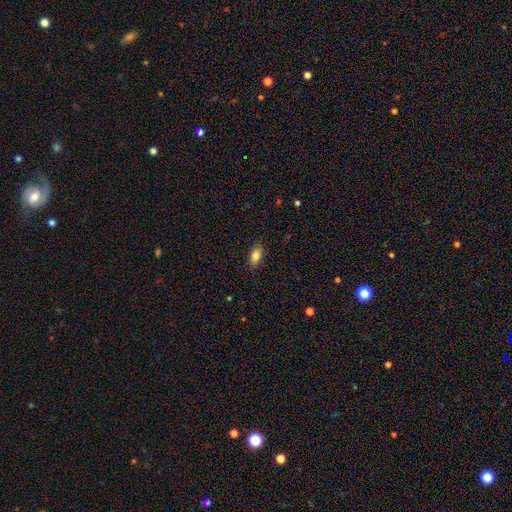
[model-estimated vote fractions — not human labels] Q: Smooth or featured?
A: smooth (82%); runner-up: featured or disk (11%)
Q: How rounded?
A: in between (87%); runner-up: cigar-shaped (9%)
Q: Merging?
A: none (86%); runner-up: minor disturbance (11%)